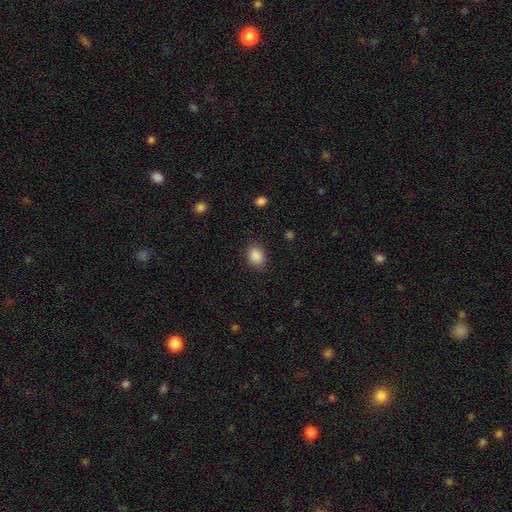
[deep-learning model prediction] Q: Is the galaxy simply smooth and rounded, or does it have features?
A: smooth — 88%.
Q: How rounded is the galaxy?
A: in between — 61%.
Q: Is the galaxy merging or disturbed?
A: none — 86%.